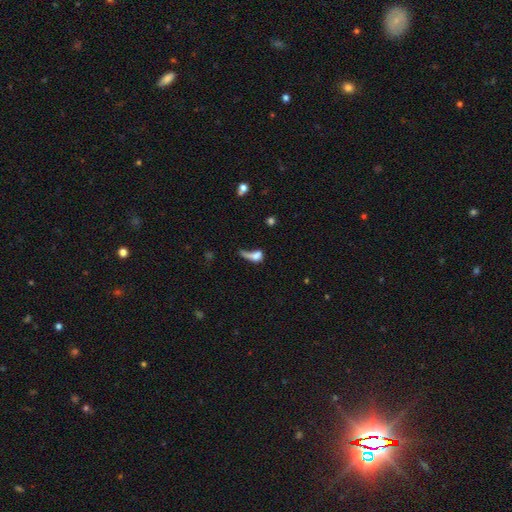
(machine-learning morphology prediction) This is likely a smooth galaxy (60%). How rounded: possibly in between (58%). Merging: marginally major disturbance (43%).